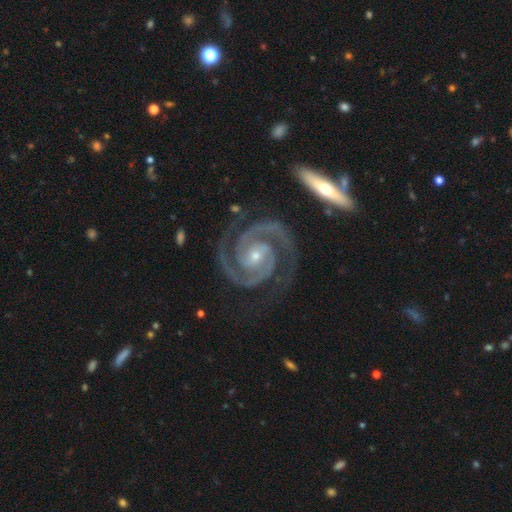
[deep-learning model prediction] Smooth or featured?
  - featured or disk: 95% *
  - star or artifact: 4%
  - smooth: 2%
Edge-on disk?
  - no: 98% *
  - yes: 2%
Bar?
  - no: 49% *
  - weak: 29%
  - strong: 21%
Spiral arms?
  - yes: 99% *
  - no: 1%
Spiral winding?
  - tight: 66% *
  - medium: 31%
  - loose: 3%
Spiral arm count?
  - 2: 93% *
  - 3: 3%
  - can't tell: 1%
  - 4: 1%
  - 1: 1%
  - more than 4: 1%
Bulge size?
  - small: 68% *
  - moderate: 29%
  - none: 1%
  - large: 1%
  - dominant: 1%
Merging?
  - none: 82% *
  - minor disturbance: 12%
  - major disturbance: 4%
  - merger: 2%